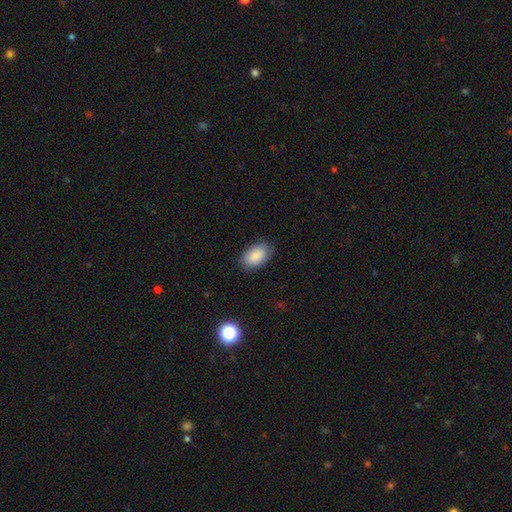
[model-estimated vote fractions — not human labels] Smooth or featured? Predicted: smooth (p=0.88). How rounded? Predicted: in between (p=0.91). Merging? Predicted: none (p=0.83).